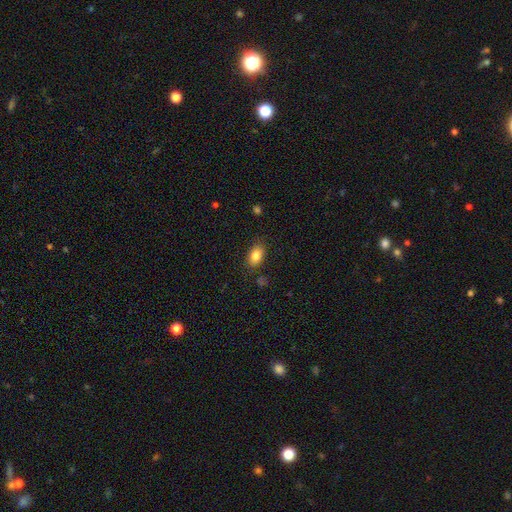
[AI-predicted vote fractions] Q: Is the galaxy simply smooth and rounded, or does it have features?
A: smooth — 84%.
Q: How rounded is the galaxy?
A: in between — 88%.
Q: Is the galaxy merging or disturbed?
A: none — 82%.